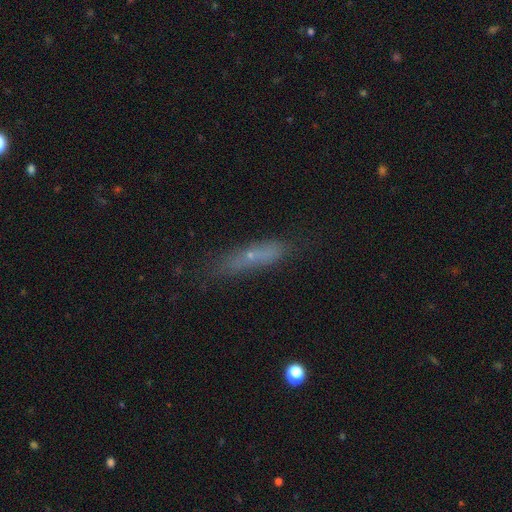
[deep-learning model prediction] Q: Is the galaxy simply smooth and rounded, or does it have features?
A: smooth — 56%.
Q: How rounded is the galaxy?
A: cigar-shaped — 79%.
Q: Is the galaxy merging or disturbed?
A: none — 71%.